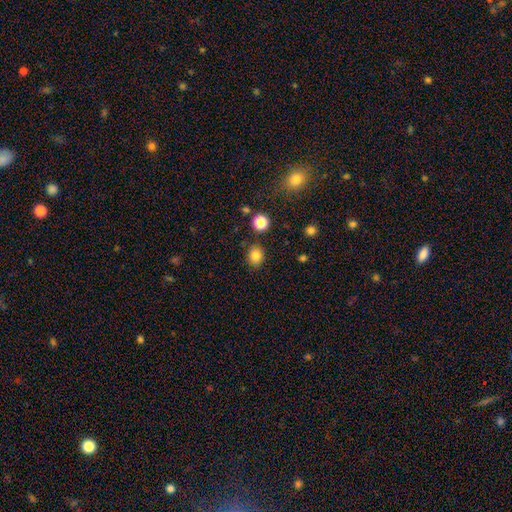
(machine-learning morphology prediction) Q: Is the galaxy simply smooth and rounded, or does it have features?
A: smooth — 82%.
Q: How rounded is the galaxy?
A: round — 71%.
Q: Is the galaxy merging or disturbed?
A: none — 86%.